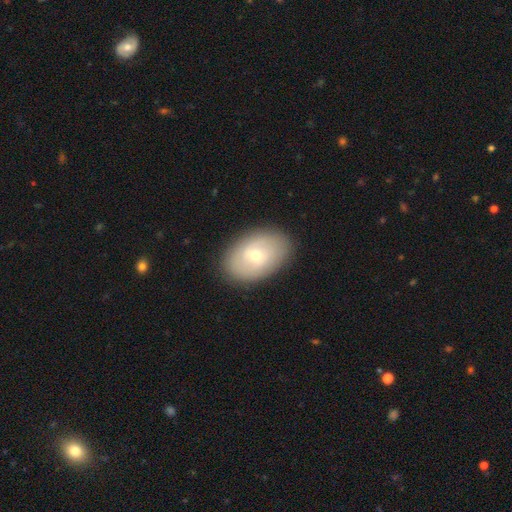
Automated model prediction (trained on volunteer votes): Smooth or featured: smooth — 54% (featured or disk — 38%)
How rounded: in between — 84% (round — 15%)
Merging: none — 86% (minor disturbance — 9%)